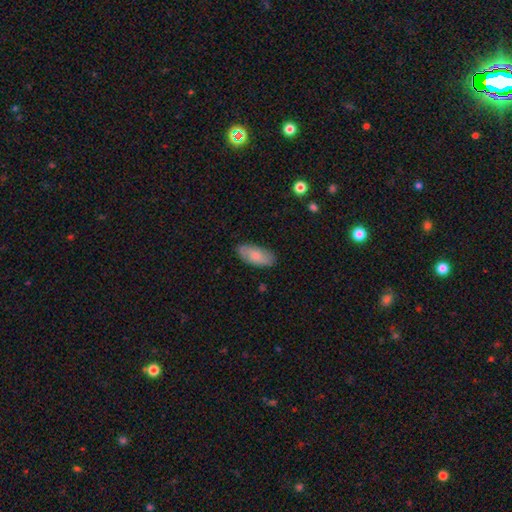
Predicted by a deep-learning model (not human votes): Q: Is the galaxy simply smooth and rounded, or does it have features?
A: smooth — 74%.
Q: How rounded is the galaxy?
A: in between — 91%.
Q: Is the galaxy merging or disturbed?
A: none — 84%.